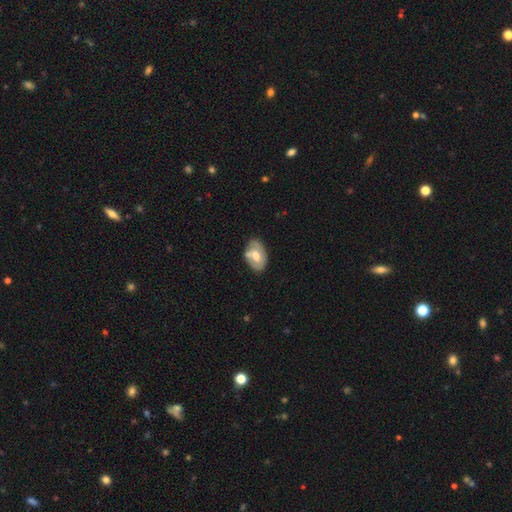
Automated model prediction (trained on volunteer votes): The model was most divided on "smooth or featured": smooth: 48%, featured or disk: 45%, star or artifact: 6%. More confident: merging — none (52%).